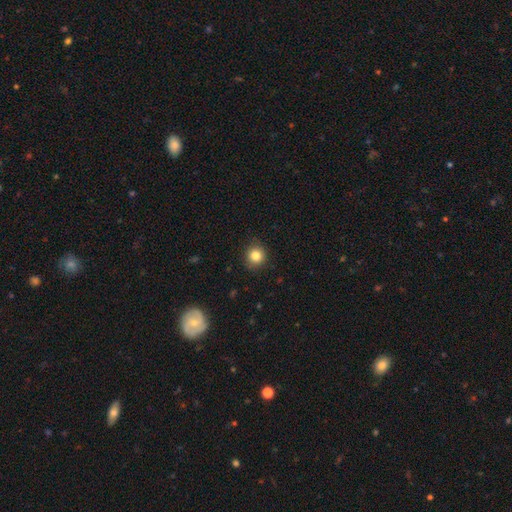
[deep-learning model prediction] A smooth galaxy with no disk features (83%) that is round (91%). Merging: none (89%).